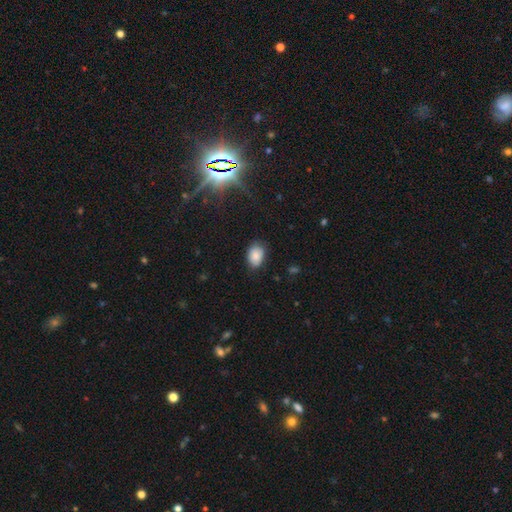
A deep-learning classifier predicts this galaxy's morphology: smooth 84%, star or artifact 9%, featured or disk 7%. Down the decision tree: how rounded — in between (79%); merging — none (76%).